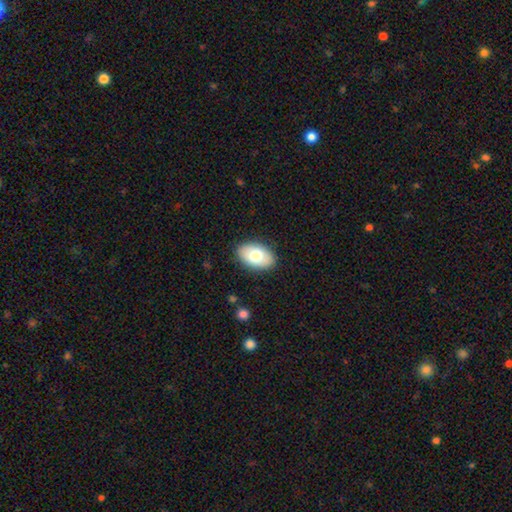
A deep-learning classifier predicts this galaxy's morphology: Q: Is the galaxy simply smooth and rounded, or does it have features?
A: smooth — 75%.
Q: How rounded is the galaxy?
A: in between — 92%.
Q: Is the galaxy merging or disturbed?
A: none — 88%.